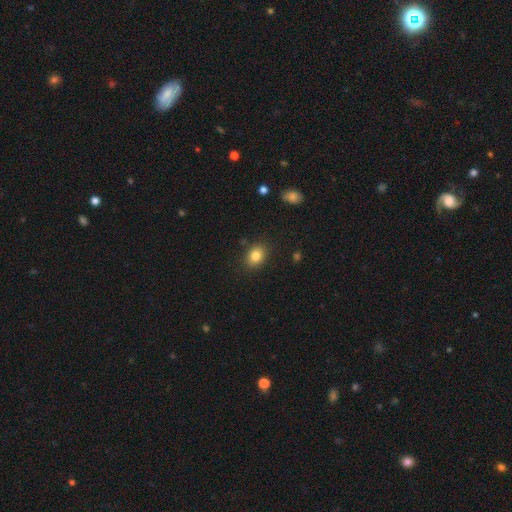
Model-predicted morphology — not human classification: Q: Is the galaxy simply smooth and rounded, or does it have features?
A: smooth — 83%.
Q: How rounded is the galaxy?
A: in between — 58%.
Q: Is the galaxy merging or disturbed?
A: none — 86%.